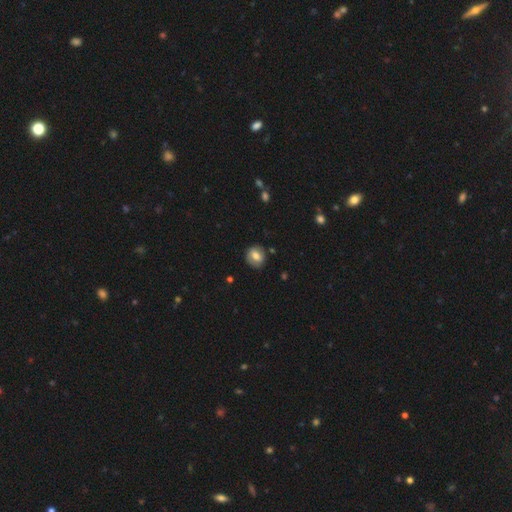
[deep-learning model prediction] Morphology: type=smooth (69%); roundness=round (72%); merging=none (81%).